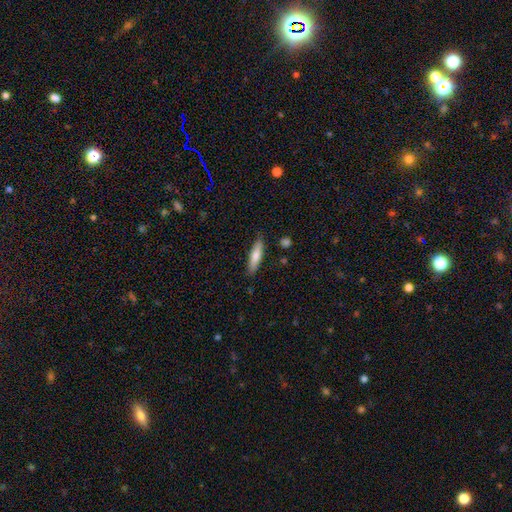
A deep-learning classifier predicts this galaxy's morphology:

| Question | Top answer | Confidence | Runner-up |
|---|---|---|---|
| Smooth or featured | smooth | 71% | featured or disk (23%) |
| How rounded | cigar-shaped | 75% | in between (23%) |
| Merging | none | 87% | minor disturbance (10%) |